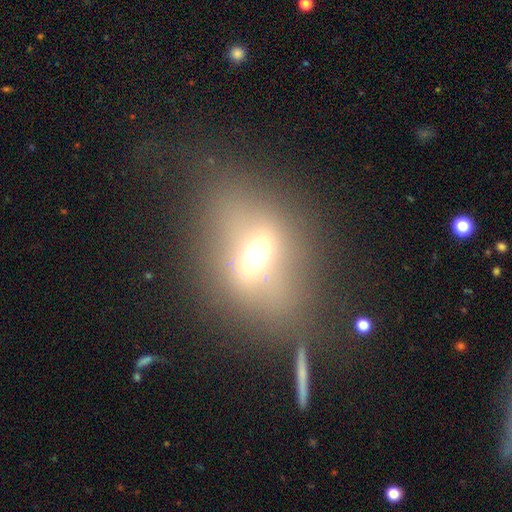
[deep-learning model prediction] Smooth or featured: smooth — 44% (featured or disk — 37%)
Merging: none — 58% (minor disturbance — 18%)